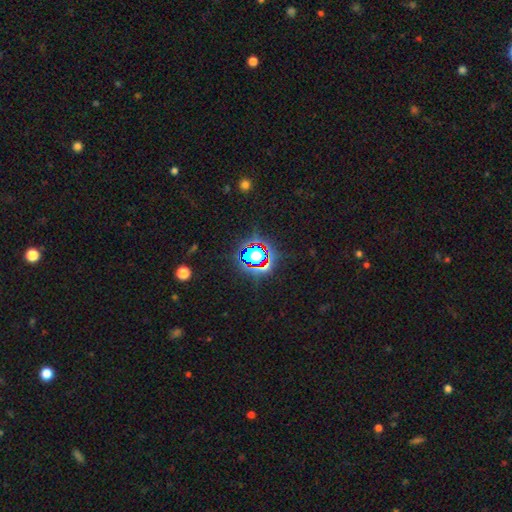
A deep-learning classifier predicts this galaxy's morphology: smooth-or-featured: star or artifact: 68% | smooth: 21% | featured or disk: 11%